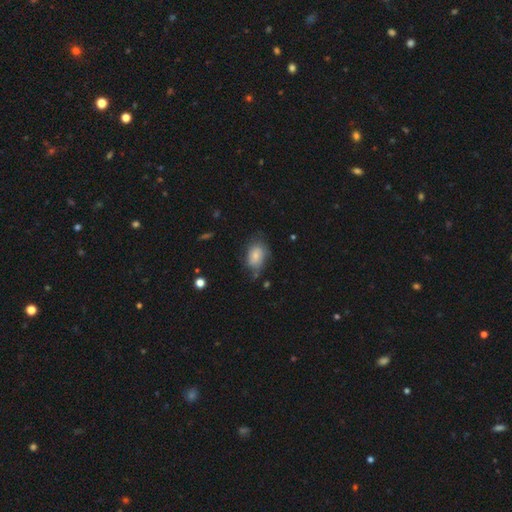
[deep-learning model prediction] The model was most divided on "merging": none: 55%, minor disturbance: 30%, major disturbance: 12%, merger: 3%. More confident: how rounded — in between (83%); smooth or featured — smooth (70%).